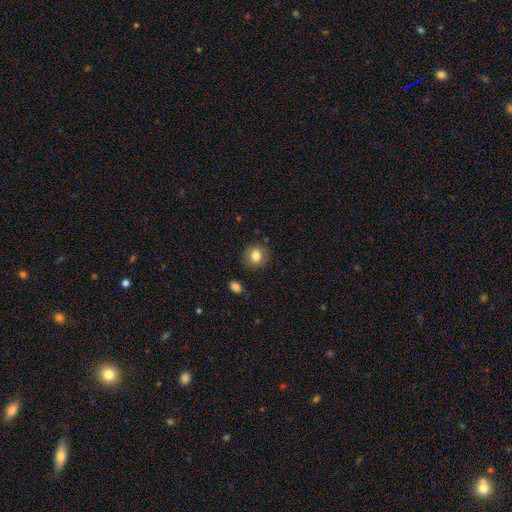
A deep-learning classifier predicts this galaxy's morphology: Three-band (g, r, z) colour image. It shows a smooth galaxy with no disk features (82%) that is round (83%). Merging: none (86%).